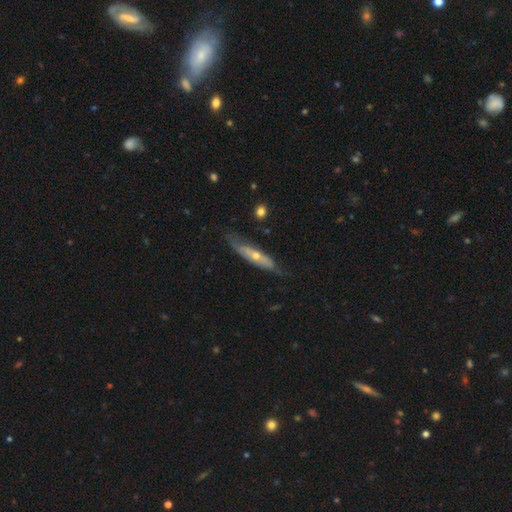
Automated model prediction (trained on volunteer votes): The model was most divided on "edge-on disk": yes: 61%, no: 39%. More confident: merging — none (68%); smooth or featured — featured or disk (61%).